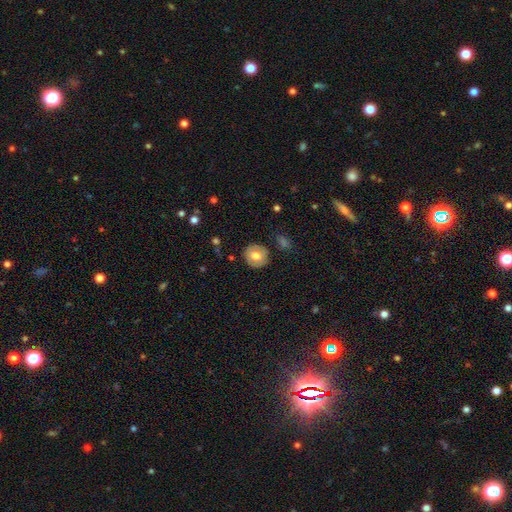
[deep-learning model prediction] A smooth galaxy with no disk features (68%) that is round (86%).

Vote fractions:
- Smooth or featured? smooth: 68% / featured or disk: 24% / star or artifact: 7%
- How rounded? round: 86% / in between: 13% / cigar-shaped: 1%
- Merging? none: 86% / minor disturbance: 10% / major disturbance: 3% / merger: 2%